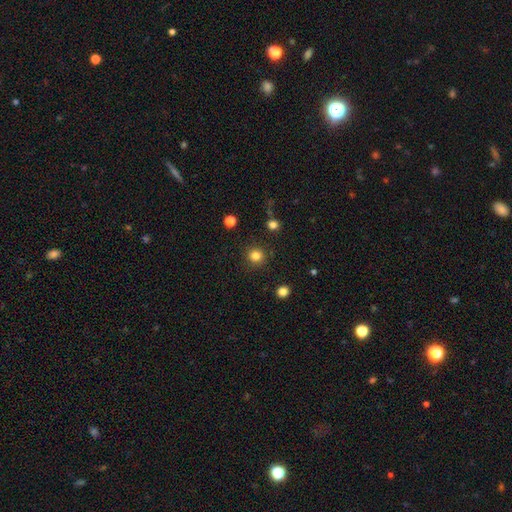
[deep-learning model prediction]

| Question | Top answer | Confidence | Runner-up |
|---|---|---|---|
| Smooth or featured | smooth | 82% | star or artifact (13%) |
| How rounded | round | 93% | in between (6%) |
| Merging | none | 90% | minor disturbance (6%) |